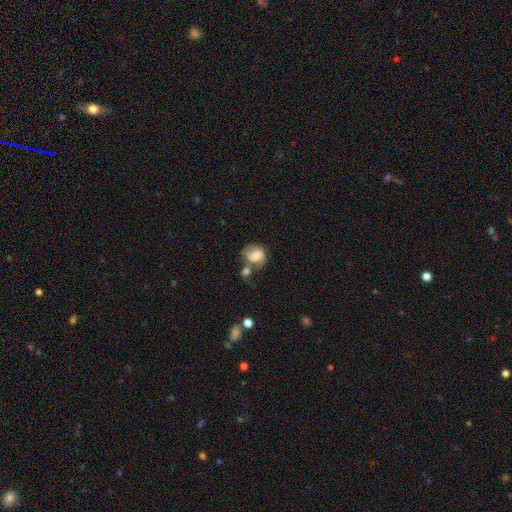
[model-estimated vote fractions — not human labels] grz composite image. It shows a smooth galaxy with no disk features (53%) that is round (57%). Merging: merger (38%).